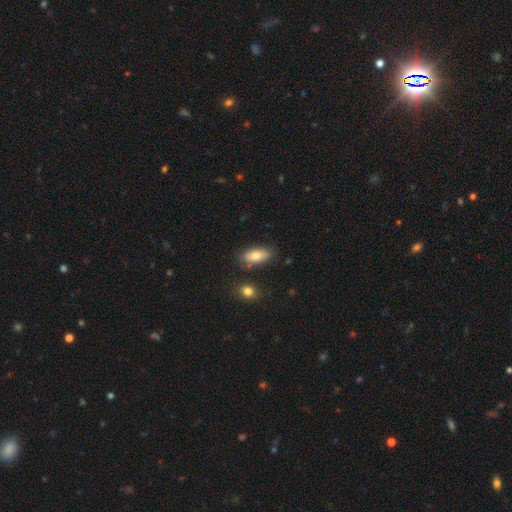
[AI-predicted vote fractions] The model was most divided on "merging": none: 74%, minor disturbance: 17%, merger: 5%, major disturbance: 4%. More confident: how rounded — in between (87%); smooth or featured — smooth (79%).